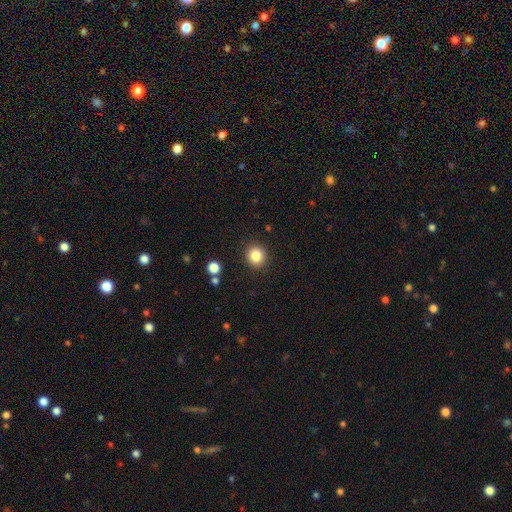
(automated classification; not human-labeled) Smooth or featured? Predicted: smooth (p=0.84). How rounded? Predicted: round (p=0.87). Merging? Predicted: none (p=0.90).